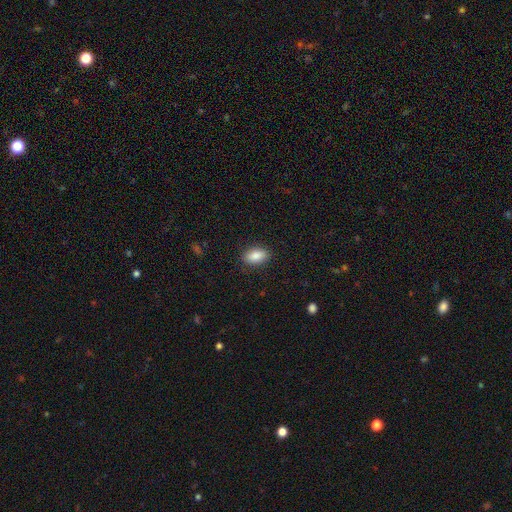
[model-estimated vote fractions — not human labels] Morphology: type=smooth (87%); roundness=in between (90%); merging=none (88%).